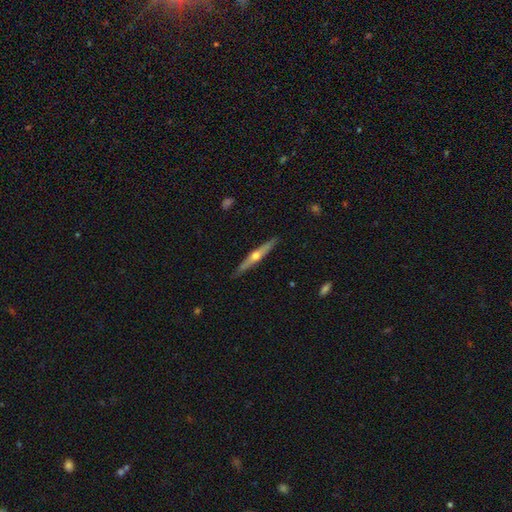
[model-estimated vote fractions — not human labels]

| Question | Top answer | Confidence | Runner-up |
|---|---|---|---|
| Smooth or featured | featured or disk | 70% | smooth (24%) |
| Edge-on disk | yes | 97% | no (3%) |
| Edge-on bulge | rounded | 91% | none (7%) |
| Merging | none | 89% | minor disturbance (8%) |